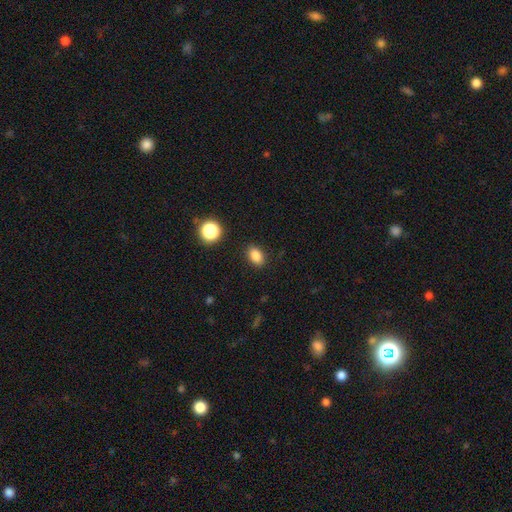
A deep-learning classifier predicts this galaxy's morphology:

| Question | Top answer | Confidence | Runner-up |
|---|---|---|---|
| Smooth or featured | smooth | 84% | star or artifact (11%) |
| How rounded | in between | 80% | round (19%) |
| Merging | none | 88% | minor disturbance (8%) |